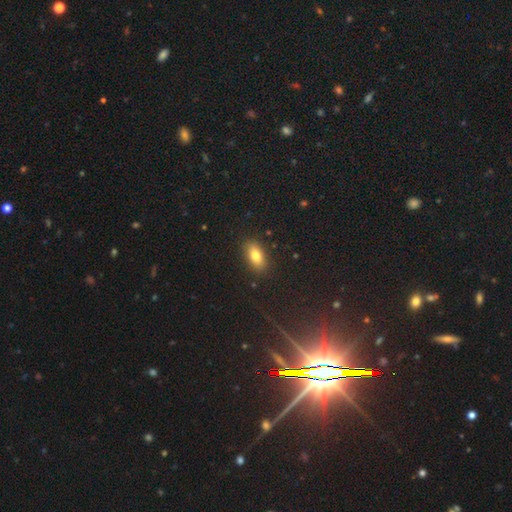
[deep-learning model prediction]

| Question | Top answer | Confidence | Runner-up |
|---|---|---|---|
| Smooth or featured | smooth | 79% | featured or disk (11%) |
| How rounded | in between | 87% | cigar-shaped (7%) |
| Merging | none | 87% | minor disturbance (9%) |